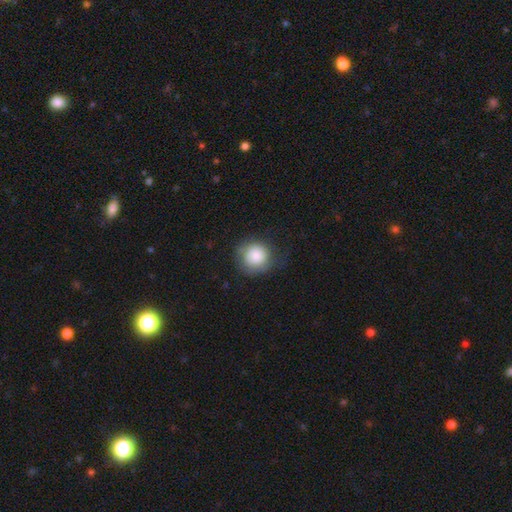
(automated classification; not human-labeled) This appears to be a smooth galaxy with no disk features (79%) that is round (88%). Merging: none (66%).